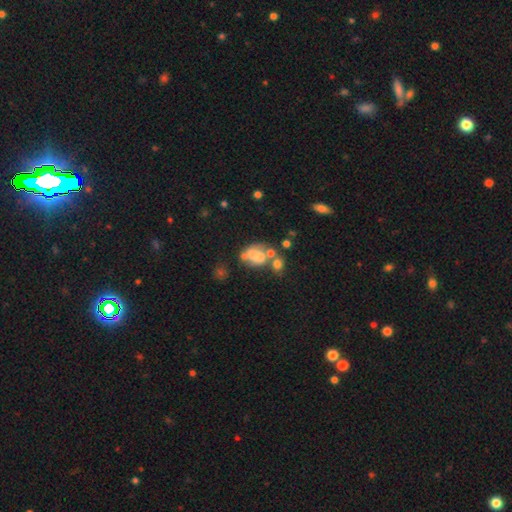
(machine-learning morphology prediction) The model was most divided on "smooth or featured": smooth: 46%, featured or disk: 41%, star or artifact: 14%. Remaining: merging — merger (45%).